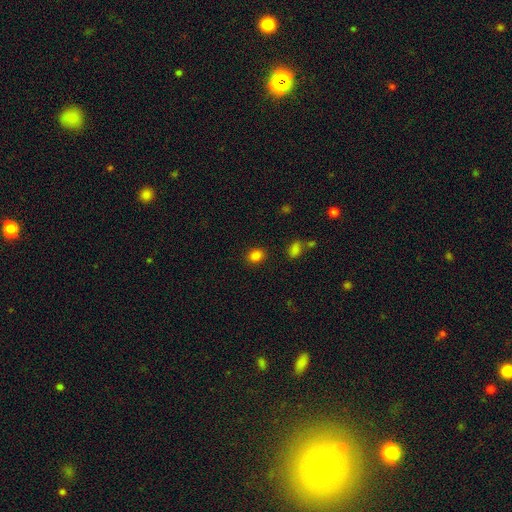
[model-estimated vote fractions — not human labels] Morphology: type=smooth (84%); roundness=round (52%); merging=none (87%).